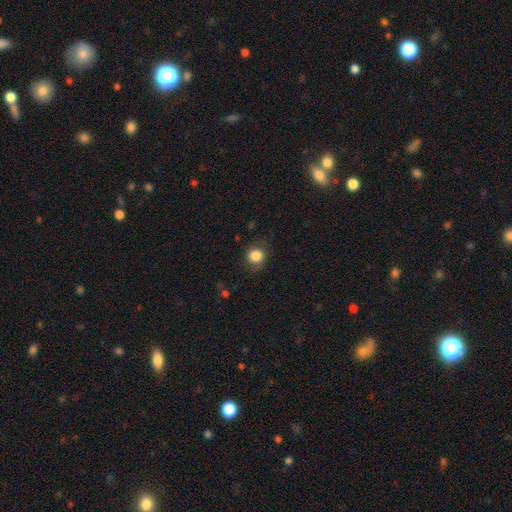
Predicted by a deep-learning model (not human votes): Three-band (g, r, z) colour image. It shows a smooth galaxy with no disk features (83%) that is round (84%). Merging: none (75%).